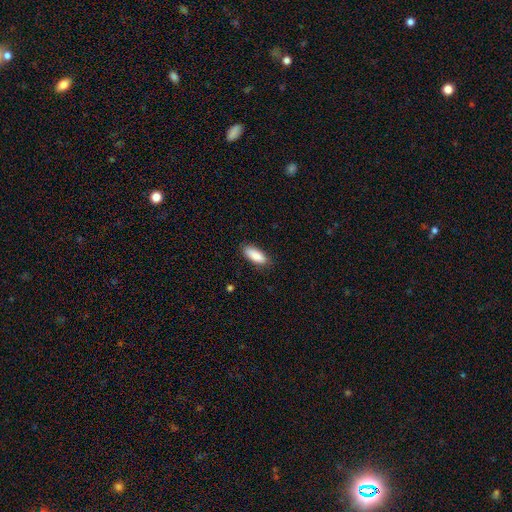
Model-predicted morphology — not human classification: smooth 89%, star or artifact 6%, featured or disk 5%. Down the decision tree: how rounded — in between (80%); merging — none (84%).